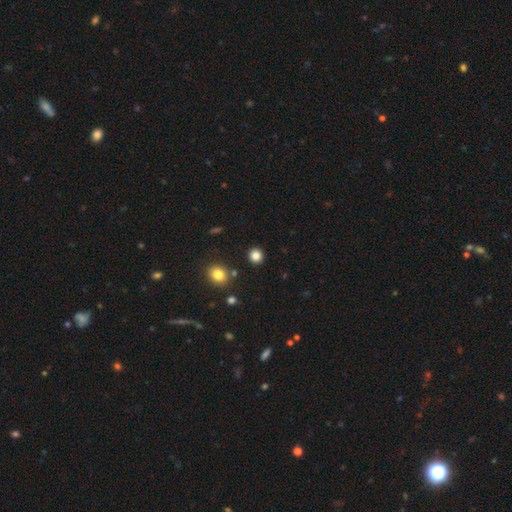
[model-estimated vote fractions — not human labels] Smooth or featured? Predicted: smooth (p=0.84). How rounded? Predicted: round (p=0.90). Merging? Predicted: none (p=0.89).